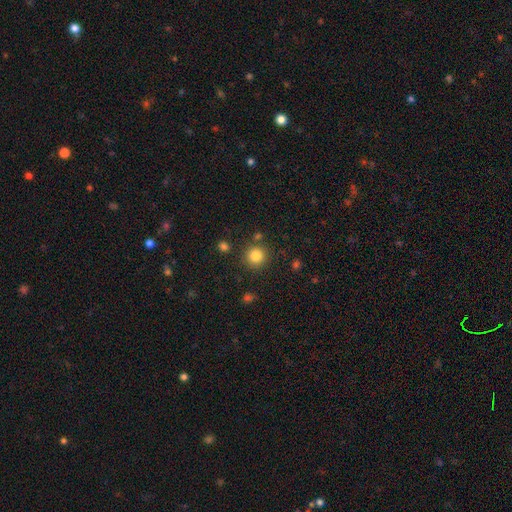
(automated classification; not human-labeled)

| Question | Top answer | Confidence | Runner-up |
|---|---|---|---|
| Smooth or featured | smooth | 83% | star or artifact (12%) |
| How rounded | round | 94% | in between (5%) |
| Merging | none | 86% | minor disturbance (7%) |